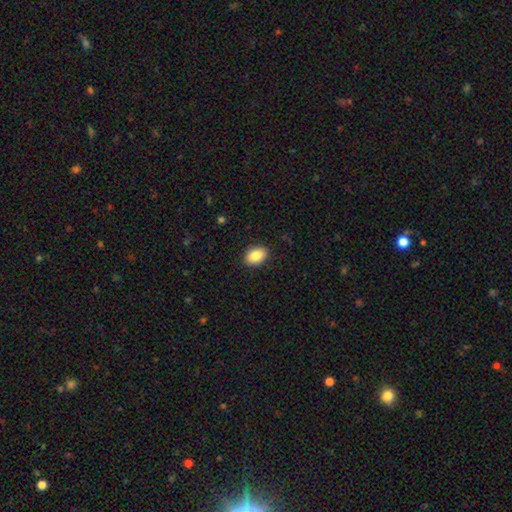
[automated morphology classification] A smooth galaxy with no disk features (86%) that is in between round and cigar-shaped (84%).

Vote fractions:
- Smooth or featured? smooth: 86% / star or artifact: 8% / featured or disk: 7%
- How rounded? in between: 84% / round: 15% / cigar-shaped: 1%
- Merging? none: 89% / minor disturbance: 8% / major disturbance: 2% / merger: 1%